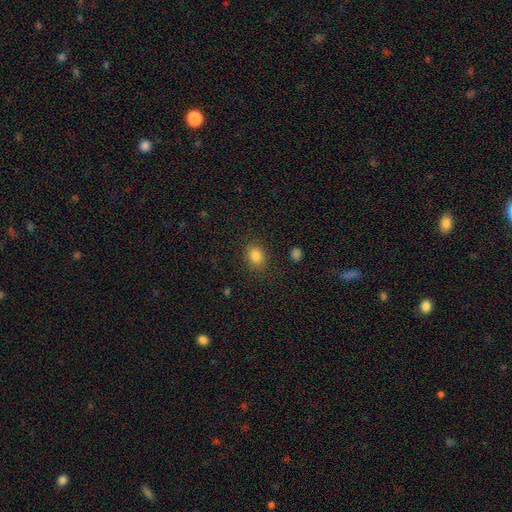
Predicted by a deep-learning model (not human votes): The model was most divided on "how rounded": in between: 58%, round: 41%, cigar-shaped: 1%. More confident: smooth or featured — smooth (84%); merging — none (84%).